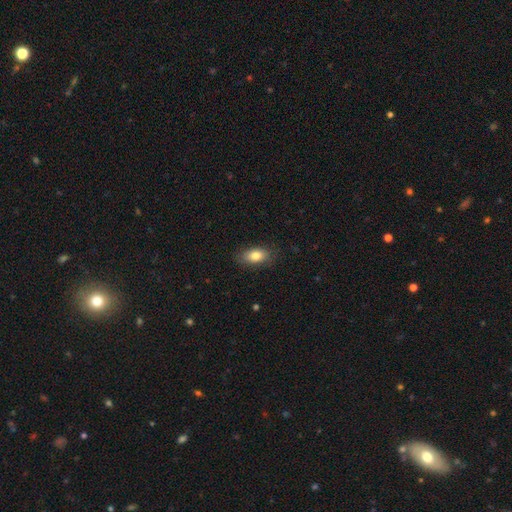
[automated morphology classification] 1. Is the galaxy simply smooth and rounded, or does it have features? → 81% smooth, 11% featured or disk, 8% star or artifact.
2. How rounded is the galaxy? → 89% in between, 7% round, 4% cigar-shaped.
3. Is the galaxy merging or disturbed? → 83% none, 13% minor disturbance, 3% major disturbance, 1% merger.